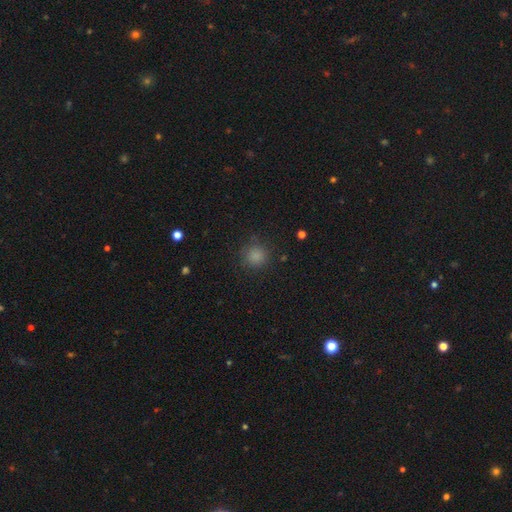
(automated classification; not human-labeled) Q: Smooth or featured?
A: smooth (82%); runner-up: star or artifact (13%)
Q: How rounded?
A: round (92%); runner-up: in between (7%)
Q: Merging?
A: none (83%); runner-up: minor disturbance (11%)